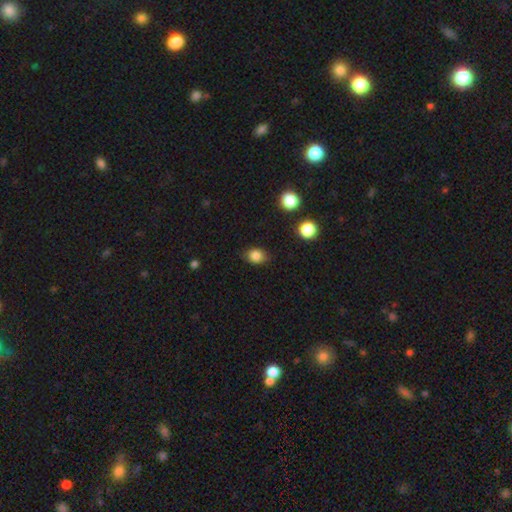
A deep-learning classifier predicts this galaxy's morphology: This is clearly a smooth galaxy (85%). How rounded: possibly in between (54%). Merging: likely none (79%).